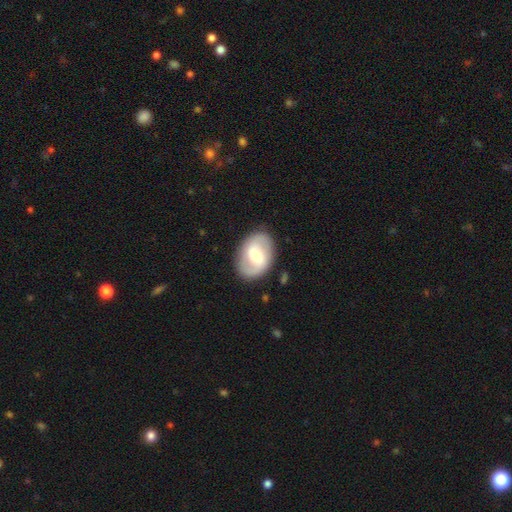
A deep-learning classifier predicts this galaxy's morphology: type=featured or disk (62%); edge-on=no (96%); bar=weak (50%); spiral arms=yes (74%); bulge=moderate (58%); merging=none (84%).